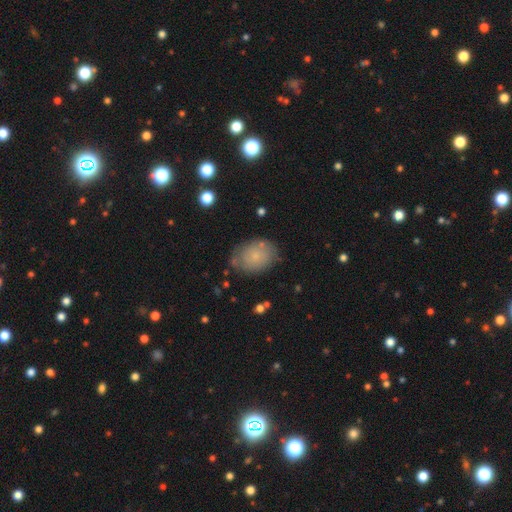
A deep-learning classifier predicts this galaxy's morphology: Smooth or featured? smooth (69%)
How rounded? in between (72%)
Merging? none (72%)